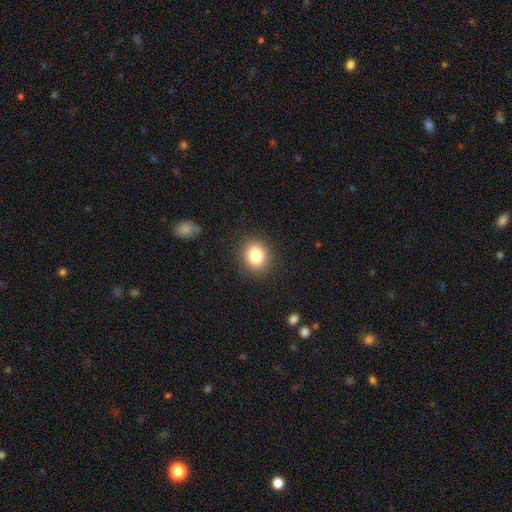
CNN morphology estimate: This is clearly a smooth galaxy (82%). How rounded: likely round (73%). Merging: clearly none (89%).